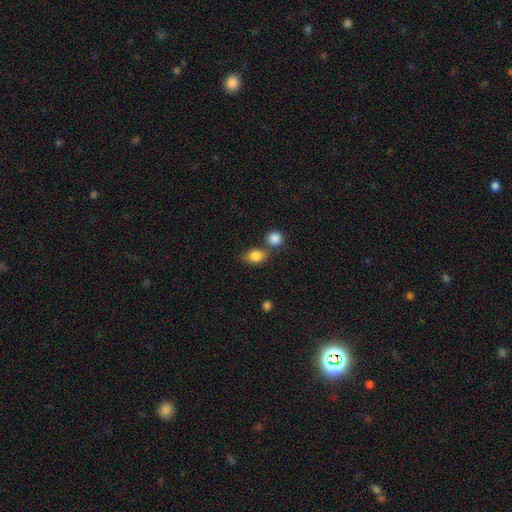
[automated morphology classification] smooth-or-featured: smooth: 83% | star or artifact: 9% | featured or disk: 8%
  how-rounded: in between: 61% | round: 37% | cigar-shaped: 2%
  merging: none: 53% | merger: 28% | minor disturbance: 14% | major disturbance: 5%